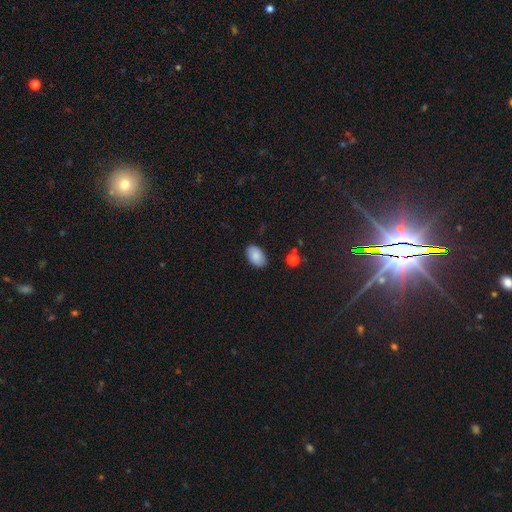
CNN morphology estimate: Overall: smooth (85%). How rounded: in between (92%). Merging: none (86%).